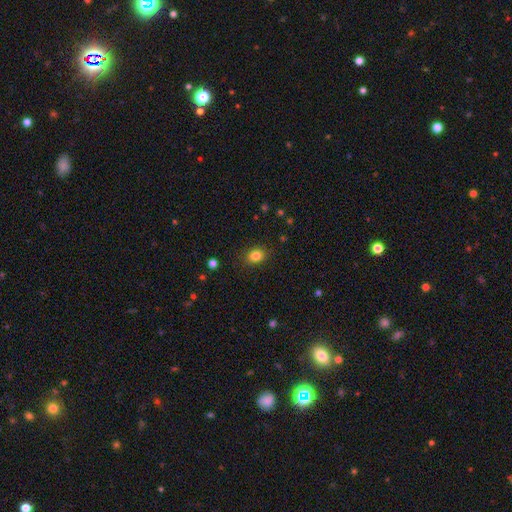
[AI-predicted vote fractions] Morphology: type=smooth (84%); roundness=in between (61%); merging=none (87%).